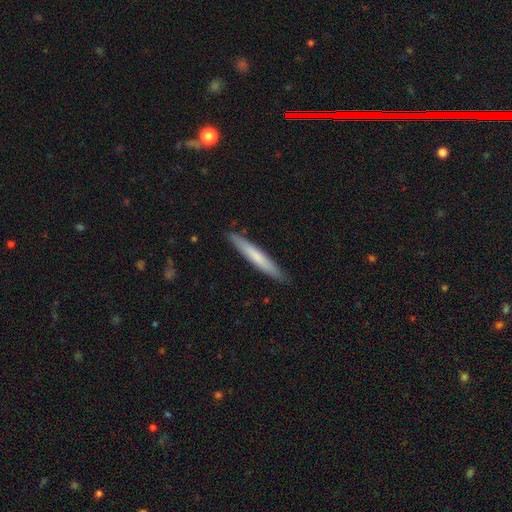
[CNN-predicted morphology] Overall: smooth (66%; featured or disk 29%). How rounded: cigar-shaped (95%). Merging: none (90%).